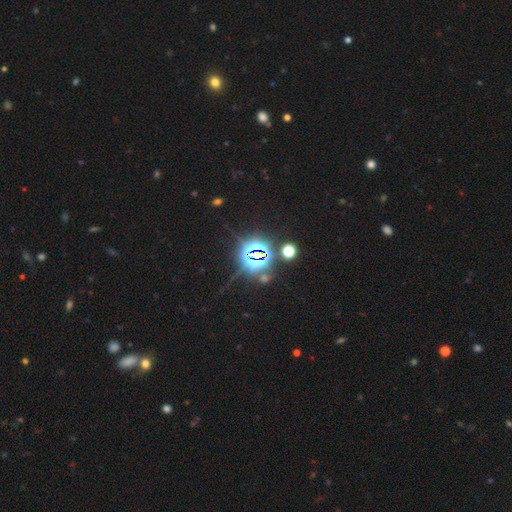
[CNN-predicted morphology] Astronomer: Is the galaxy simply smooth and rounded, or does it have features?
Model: star or artifact — 79%.